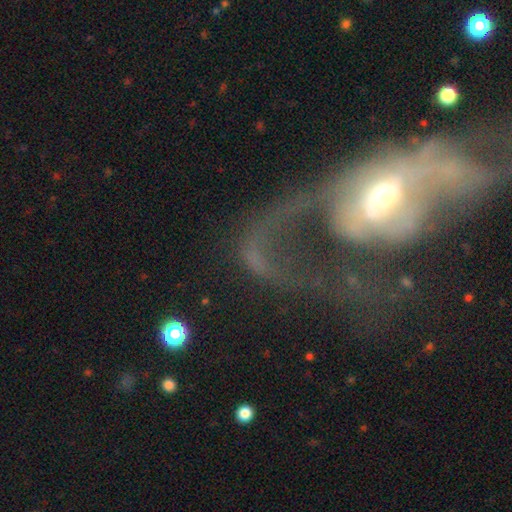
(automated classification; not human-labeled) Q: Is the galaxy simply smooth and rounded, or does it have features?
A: featured or disk — 61%.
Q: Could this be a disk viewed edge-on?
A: no — 93%.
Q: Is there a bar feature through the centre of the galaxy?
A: no — 57%.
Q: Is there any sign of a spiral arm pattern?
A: yes — 55%.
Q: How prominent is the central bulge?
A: moderate — 51%.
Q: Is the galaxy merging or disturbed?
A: major disturbance — 52%.